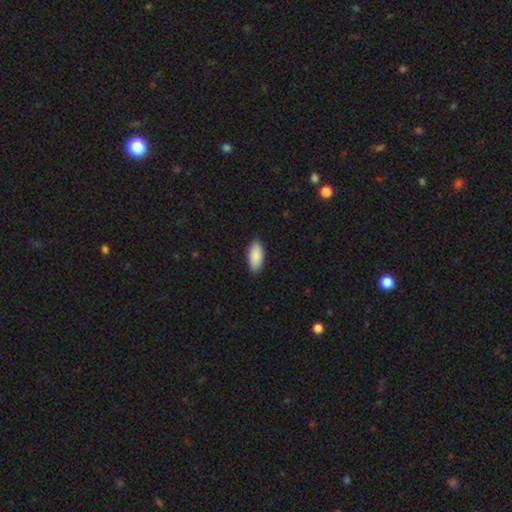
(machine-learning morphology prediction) A smooth galaxy with no disk features (89%) that is in between round and cigar-shaped (89%). Merging: none (88%).